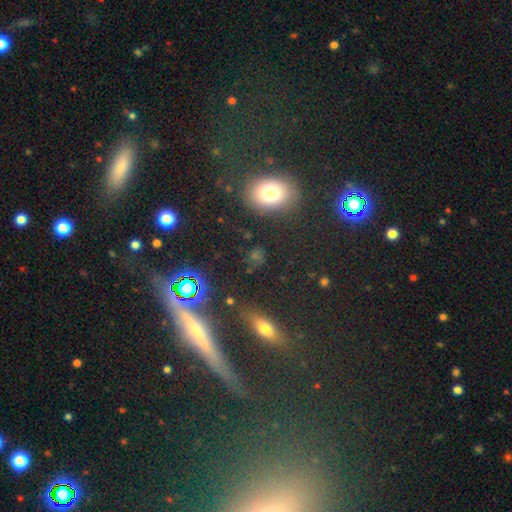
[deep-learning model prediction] The model was most divided on "how rounded": in between: 55%, round: 36%, cigar-shaped: 9%. More confident: merging — none (82%); smooth or featured — smooth (62%).